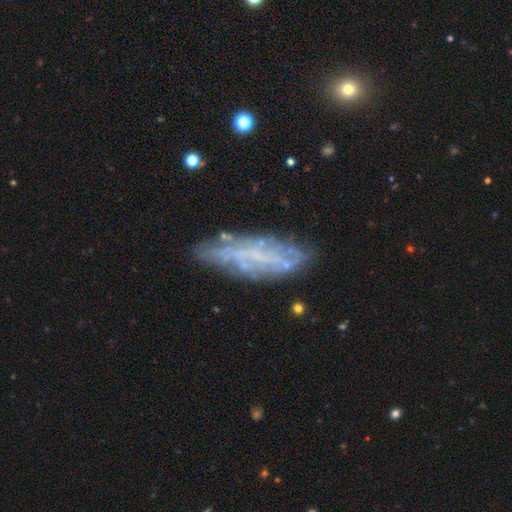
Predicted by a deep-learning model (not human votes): Smooth or featured? Predicted: featured or disk (p=0.67). Edge-on disk? Predicted: no (p=0.75). Bar? Predicted: no (p=0.59). Spiral arms? Predicted: no (p=0.52). Bulge size? Predicted: none (p=0.62). Merging? Predicted: none (p=0.65).